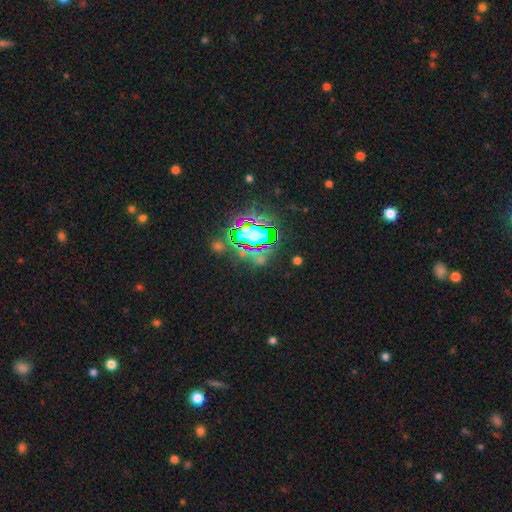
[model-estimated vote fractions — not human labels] A star or artifact, not a galaxy (76%).

Vote fractions:
- Smooth or featured? star or artifact: 76% / smooth: 13% / featured or disk: 11%